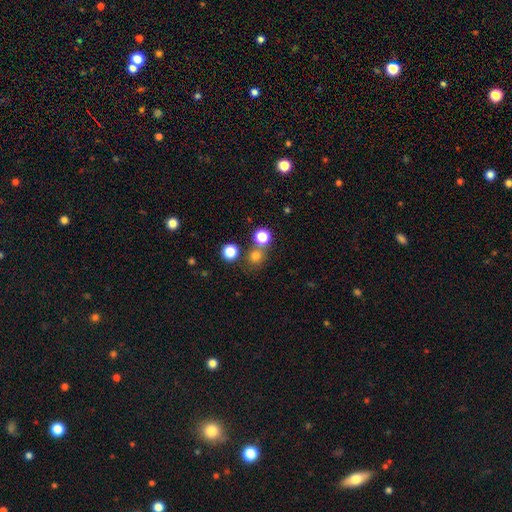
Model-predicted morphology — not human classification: A smooth galaxy with no disk features (73%) that is round (90%). Merging: none (70%).